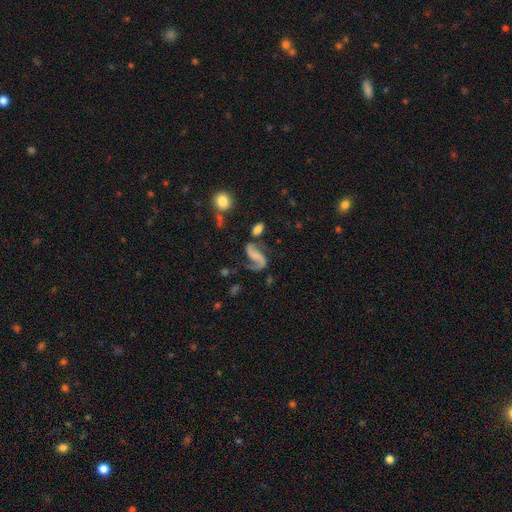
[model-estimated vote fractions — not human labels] Smooth or featured?
  - featured or disk: 81% *
  - smooth: 12%
  - star or artifact: 8%
Edge-on disk?
  - no: 97% *
  - yes: 3%
Bar?
  - no: 47% *
  - weak: 32%
  - strong: 21%
Spiral arms?
  - yes: 94% *
  - no: 6%
Spiral winding?
  - loose: 64% *
  - medium: 29%
  - tight: 7%
Spiral arm count?
  - 2: 72% *
  - 1: 24%
  - can't tell: 2%
  - 3: 1%
  - 4: 1%
  - more than 4: 1%
Bulge size?
  - none: 61% *
  - small: 19%
  - moderate: 11%
  - large: 6%
  - dominant: 2%
Merging?
  - none: 47% *
  - major disturbance: 24%
  - minor disturbance: 17%
  - merger: 12%